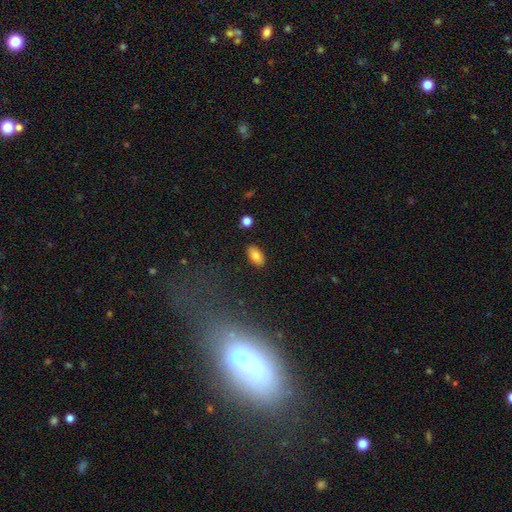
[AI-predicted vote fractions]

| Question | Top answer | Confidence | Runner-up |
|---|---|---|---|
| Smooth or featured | smooth | 81% | featured or disk (11%) |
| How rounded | in between | 94% | round (4%) |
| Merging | none | 87% | minor disturbance (9%) |